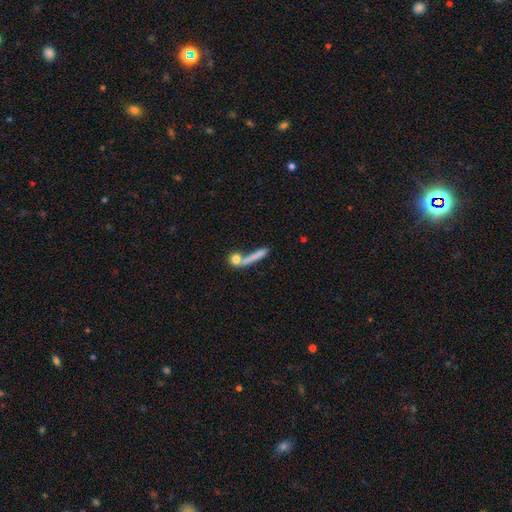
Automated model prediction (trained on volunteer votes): A smooth galaxy with no disk features (56%) that is cigar-shaped (75%).

Vote fractions:
- Smooth or featured? smooth: 56% / featured or disk: 31% / star or artifact: 13%
- How rounded? cigar-shaped: 75% / in between: 14% / round: 11%
- Merging? none: 50% / merger: 30% / minor disturbance: 11% / major disturbance: 9%